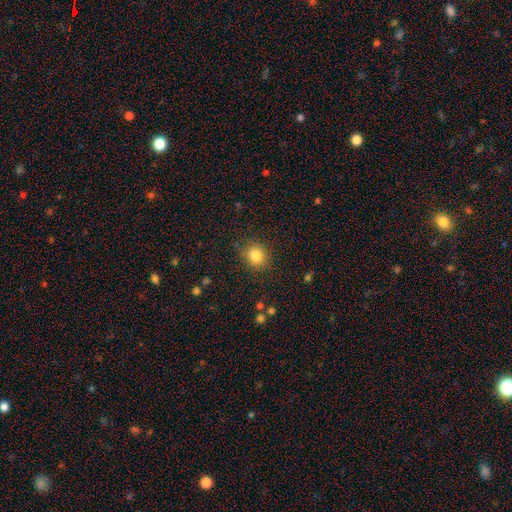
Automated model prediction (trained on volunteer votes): This appears to be a smooth galaxy with no disk features (85%) that is round (74%). Merging: none (86%).